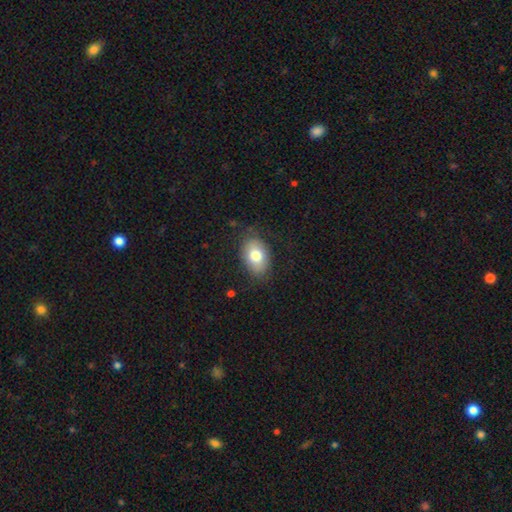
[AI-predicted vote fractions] smooth 76%, featured or disk 16%, star or artifact 8%. Down the decision tree: how rounded — in between (84%); merging — none (79%).